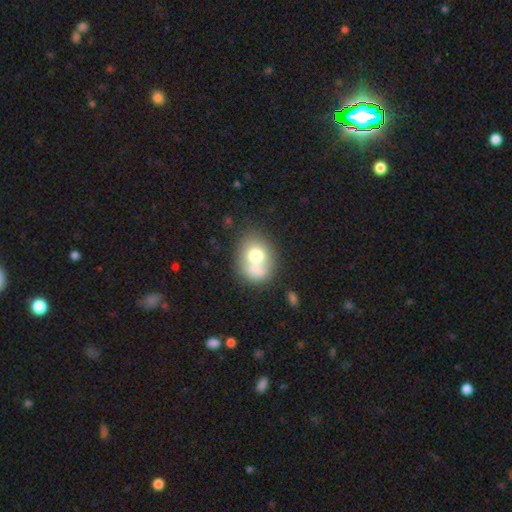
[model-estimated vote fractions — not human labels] This appears to be a smooth galaxy with no disk features (68%) that is in between round and cigar-shaped (51%). Merging: merger (41%).